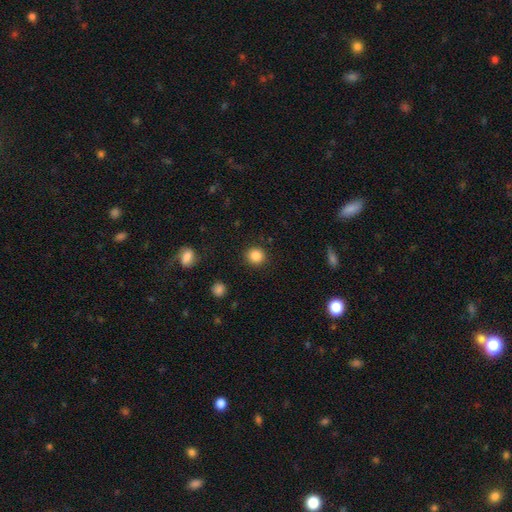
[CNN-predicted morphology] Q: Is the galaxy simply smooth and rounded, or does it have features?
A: smooth — 86%.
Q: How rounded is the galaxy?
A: round — 91%.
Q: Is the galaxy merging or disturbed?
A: none — 91%.